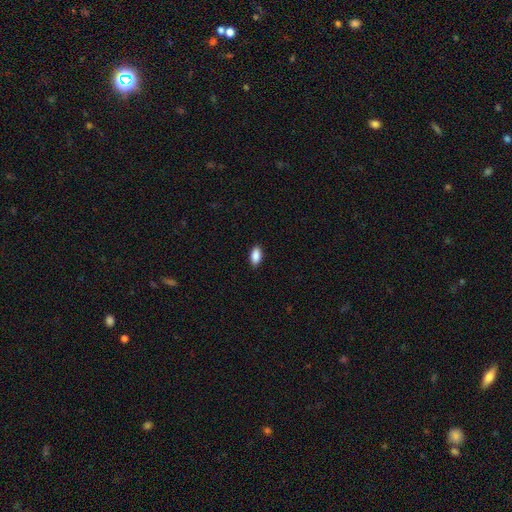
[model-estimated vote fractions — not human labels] Morphology: type=smooth (90%); roundness=in between (92%); merging=none (89%).